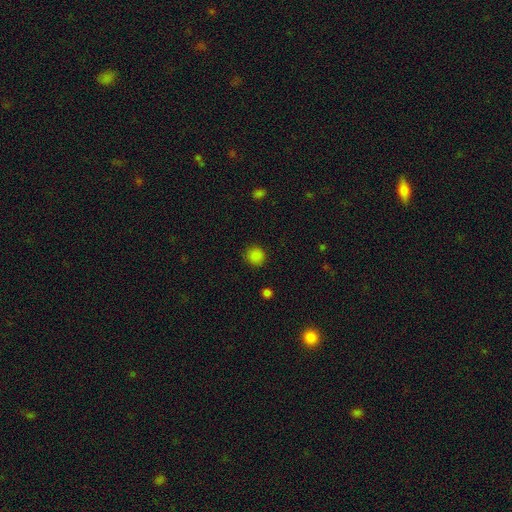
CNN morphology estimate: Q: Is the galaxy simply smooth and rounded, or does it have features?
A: smooth — 85%.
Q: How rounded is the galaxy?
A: round — 90%.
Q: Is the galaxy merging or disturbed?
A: none — 89%.